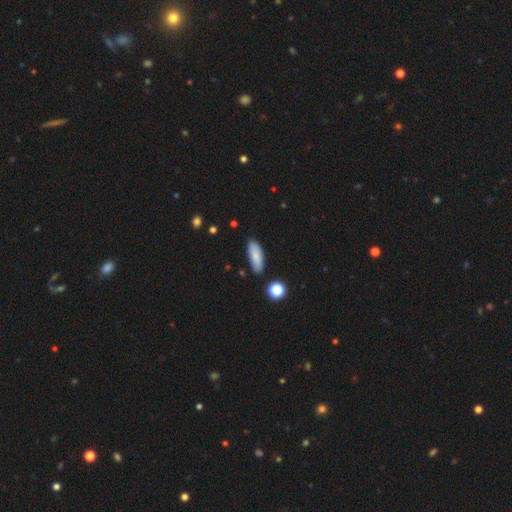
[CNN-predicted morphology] Smooth or featured: smooth — 82% (featured or disk — 11%)
How rounded: in between — 72% (cigar-shaped — 25%)
Merging: none — 83% (minor disturbance — 12%)